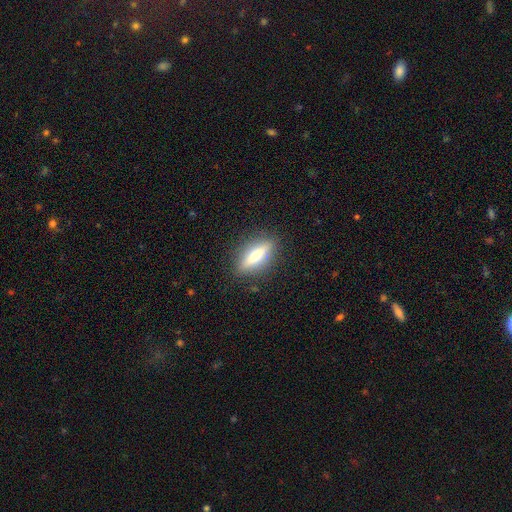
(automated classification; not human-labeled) This appears to be a smooth galaxy with no disk features (60%) that is cigar-shaped (57%). Merging: none (86%).